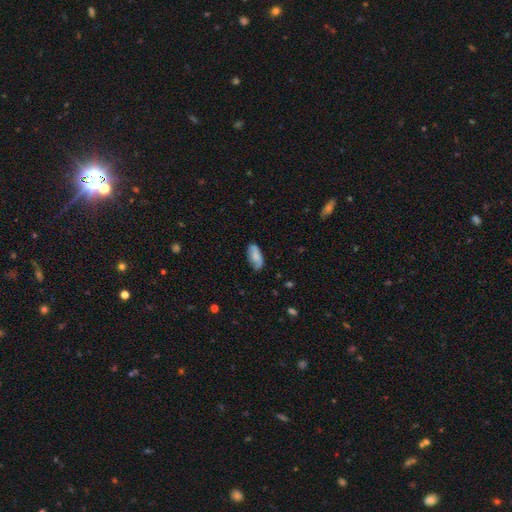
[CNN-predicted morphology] type=smooth (71%); roundness=in between (88%); merging=none (72%).